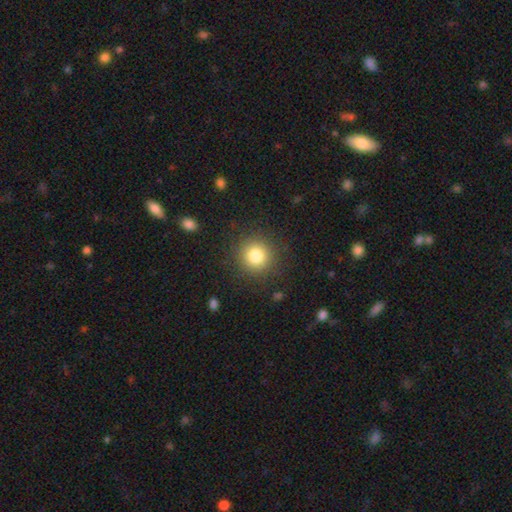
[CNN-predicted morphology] Smooth or featured? Predicted: smooth (p=0.81). How rounded? Predicted: round (p=0.93). Merging? Predicted: none (p=0.89).